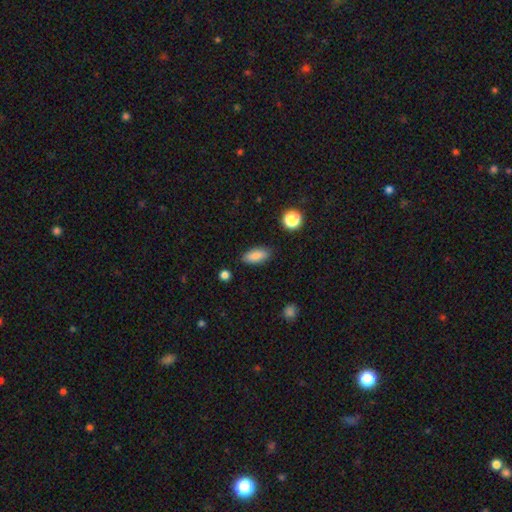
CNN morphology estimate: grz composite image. It shows a smooth galaxy with no disk features (85%) that is in between round and cigar-shaped (84%). Merging: none (86%).